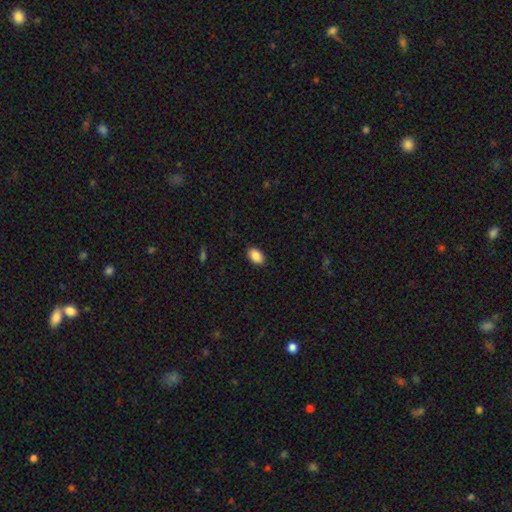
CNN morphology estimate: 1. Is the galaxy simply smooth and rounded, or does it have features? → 88% smooth, 8% star or artifact, 4% featured or disk.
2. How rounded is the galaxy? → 90% in between, 9% round, 1% cigar-shaped.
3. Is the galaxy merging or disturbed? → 90% none, 8% minor disturbance, 2% major disturbance, 1% merger.